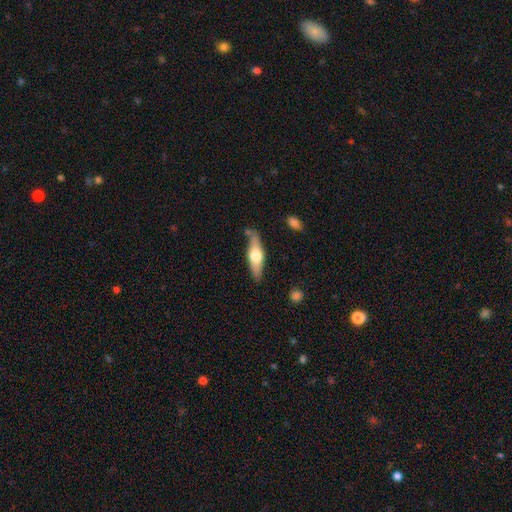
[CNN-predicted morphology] Smooth or featured: featured or disk — 49% (smooth — 45%)
Merging: none — 77% (minor disturbance — 15%)